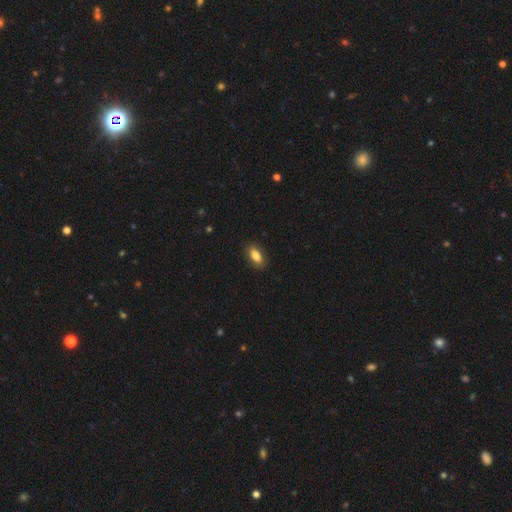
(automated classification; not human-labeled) Smooth or featured: smooth — 83% (featured or disk — 10%)
How rounded: in between — 89% (cigar-shaped — 7%)
Merging: none — 87% (minor disturbance — 9%)